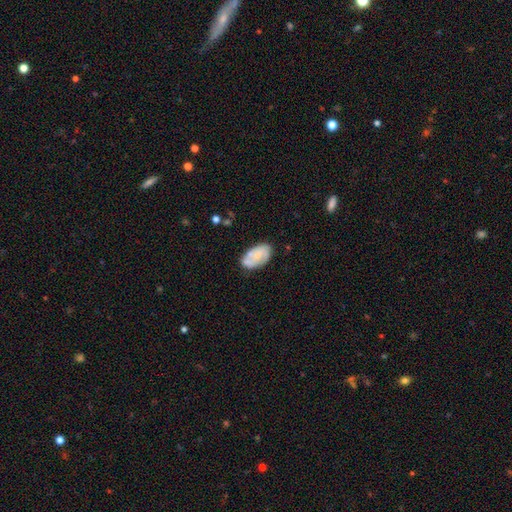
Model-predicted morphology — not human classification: Smooth or featured?
  - smooth: 50% *
  - featured or disk: 43%
  - star or artifact: 7%
How rounded?
  - in between: 93% *
  - round: 5%
  - cigar-shaped: 2%
Merging?
  - none: 64% *
  - minor disturbance: 23%
  - merger: 7%
  - major disturbance: 6%